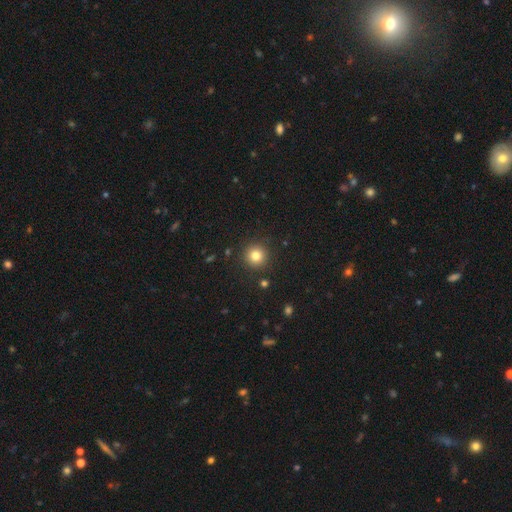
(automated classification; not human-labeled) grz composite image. It shows a smooth galaxy with no disk features (82%) that is round (95%). Merging: none (90%).